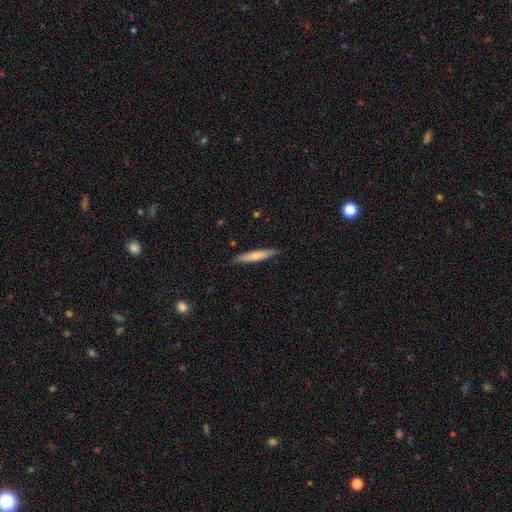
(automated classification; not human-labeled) A smooth galaxy with no disk features (71%) that is cigar-shaped (91%). Merging: none (89%).